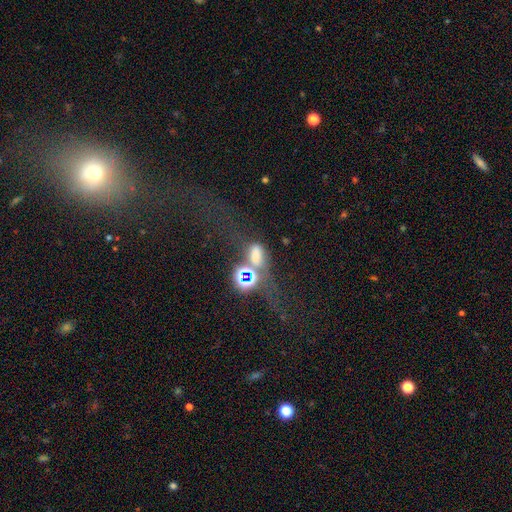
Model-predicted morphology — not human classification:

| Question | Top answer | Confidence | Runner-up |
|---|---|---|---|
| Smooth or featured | smooth | 54% | star or artifact (32%) |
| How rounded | in between | 75% | round (18%) |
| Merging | none | 36% | merger (30%) |